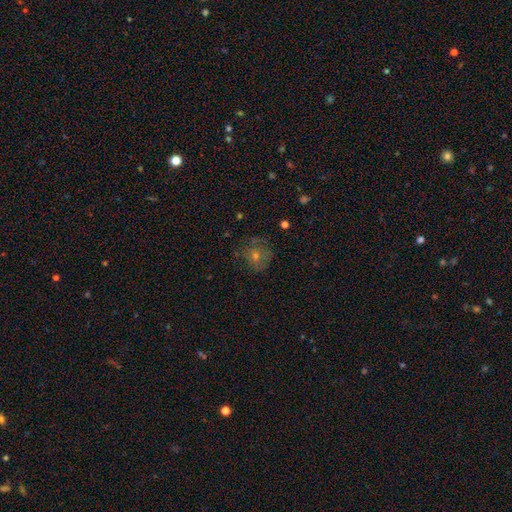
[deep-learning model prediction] Smooth or featured: smooth — 45% (featured or disk — 33%)
Merging: none — 71% (minor disturbance — 18%)